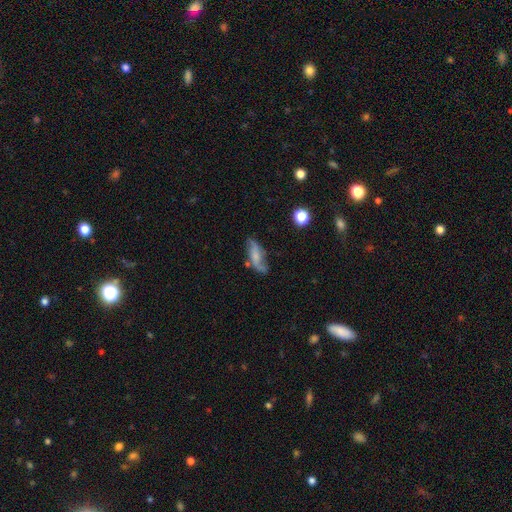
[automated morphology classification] This is possibly a featured or disk galaxy (57%). It is clearly not viewed edge-on (85%). Merging: likely none (61%).